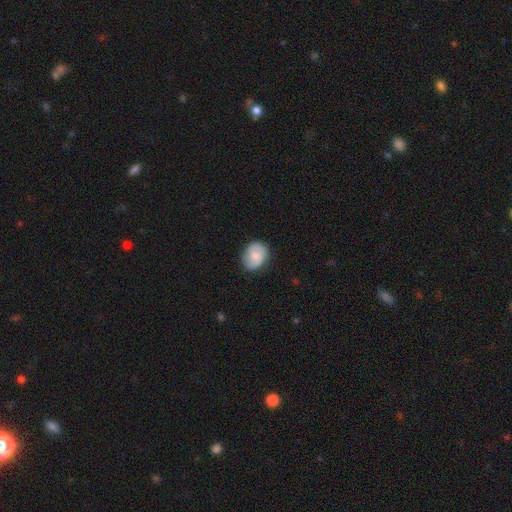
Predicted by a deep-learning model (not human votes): Smooth or featured?
  - smooth: 54% *
  - featured or disk: 38%
  - star or artifact: 7%
How rounded?
  - round: 52% *
  - in between: 47%
  - cigar-shaped: 1%
Merging?
  - none: 78% *
  - minor disturbance: 16%
  - major disturbance: 4%
  - merger: 1%